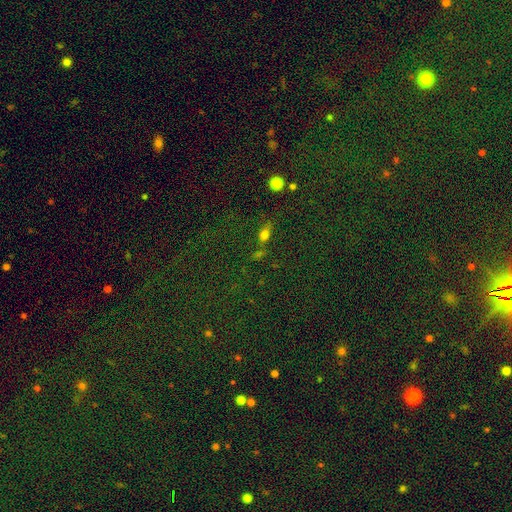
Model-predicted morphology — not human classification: Smooth or featured: star or artifact — 79% (smooth — 13%)